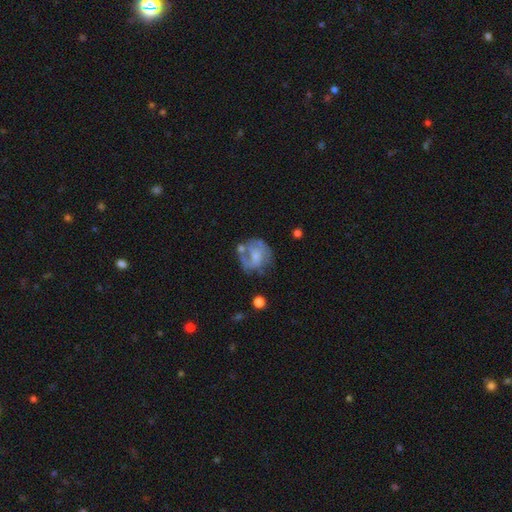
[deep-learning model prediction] smooth-or-featured: featured or disk: 57% | smooth: 35% | star or artifact: 8%
  disk-edge-on: no: 97% | yes: 3%
    bar: no: 64% | weak: 30% | strong: 6%
    has-spiral-arms: yes: 60% | no: 40%
    bulge-size: moderate: 35% (tied) | small: 35% (tied) | none: 23% | large: 6% | dominant: 1%
  merging: none: 46% | minor disturbance: 23% | major disturbance: 22% | merger: 9%